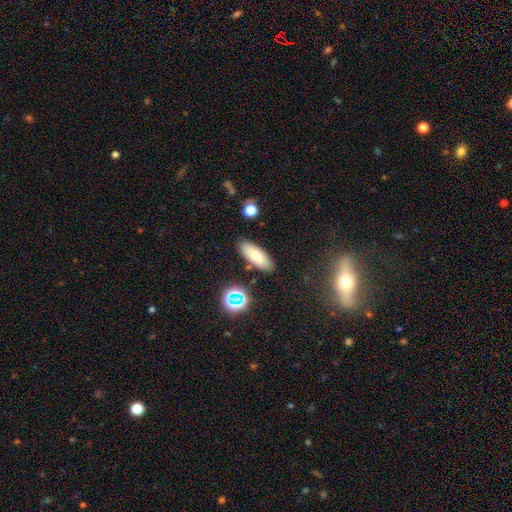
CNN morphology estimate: Smooth or featured? smooth (71%)
How rounded? in between (71%)
Merging? none (84%)